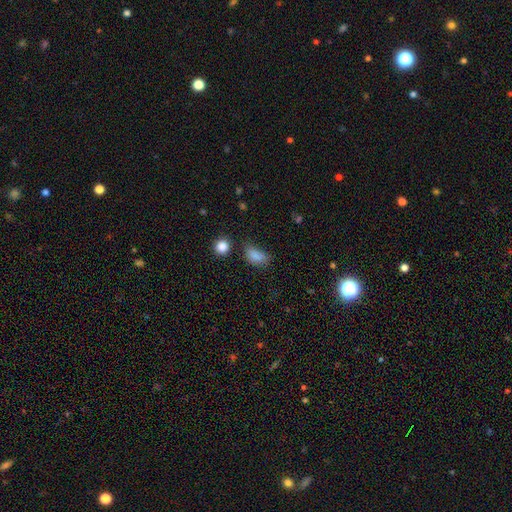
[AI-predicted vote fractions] This appears to be a smooth galaxy with no disk features (83%) that is in between round and cigar-shaped (86%). Merging: none (48%).